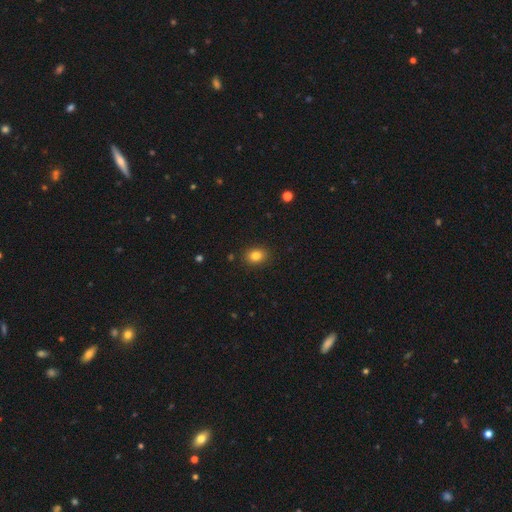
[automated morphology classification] This is clearly a smooth galaxy (83%). How rounded: possibly in between (53%). Merging: clearly none (89%).